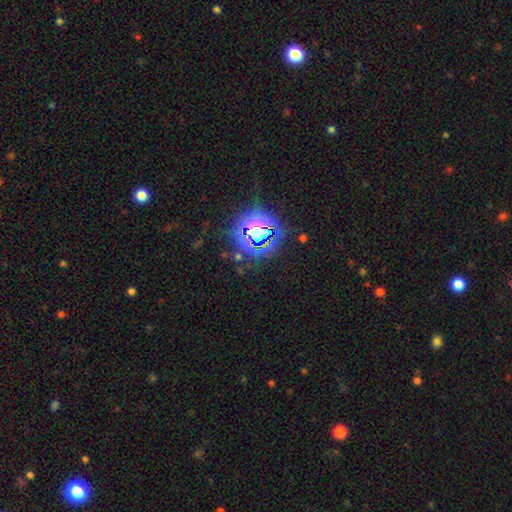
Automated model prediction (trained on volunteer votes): A star or artifact, not a galaxy (83%).

Vote fractions:
- Smooth or featured? star or artifact: 83% / smooth: 10% / featured or disk: 7%